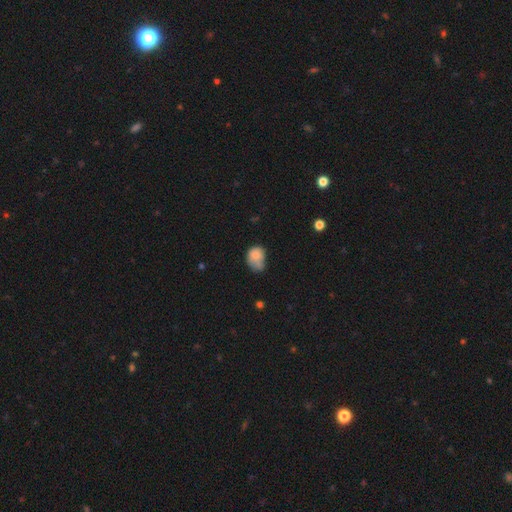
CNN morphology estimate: This appears to be a smooth galaxy with no disk features (78%) that is in between round and cigar-shaped (61%). Merging: minor disturbance (35%).